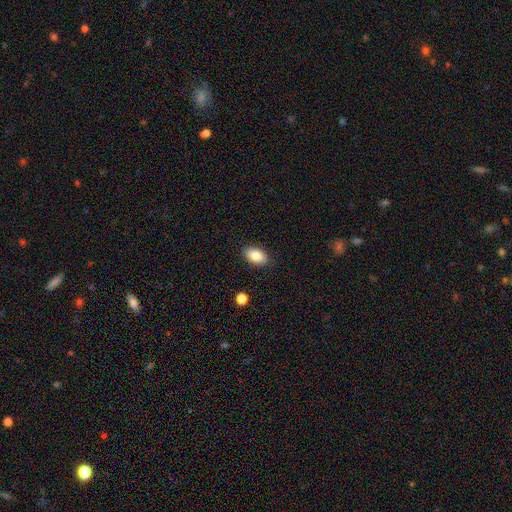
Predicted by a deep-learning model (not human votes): A smooth galaxy with no disk features (84%) that is in between round and cigar-shaped (92%). Merging: none (88%).